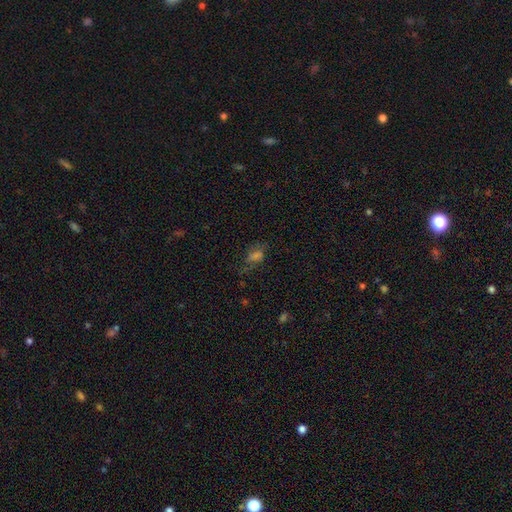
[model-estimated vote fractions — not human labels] This appears to be a smooth galaxy with no disk features (40%). Merging: none (54%).